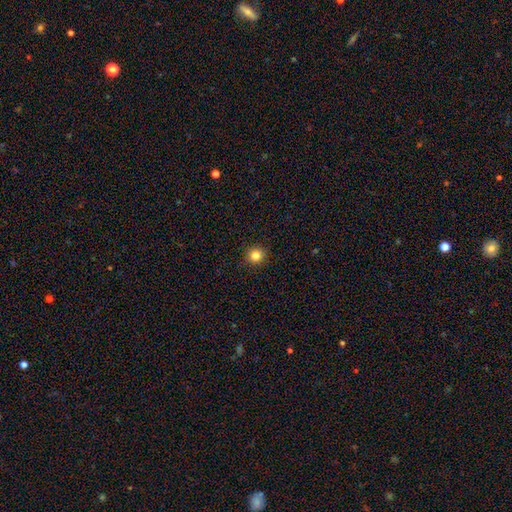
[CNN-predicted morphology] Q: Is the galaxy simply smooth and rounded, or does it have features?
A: smooth — 83%.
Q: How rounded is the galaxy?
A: round — 93%.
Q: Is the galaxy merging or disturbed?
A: none — 92%.